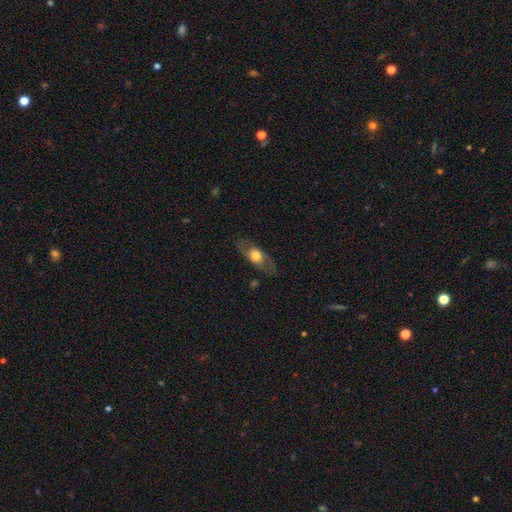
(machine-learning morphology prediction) The model was most divided on "smooth or featured": smooth: 47%, featured or disk: 46%, star or artifact: 7%. More confident: merging — none (77%).